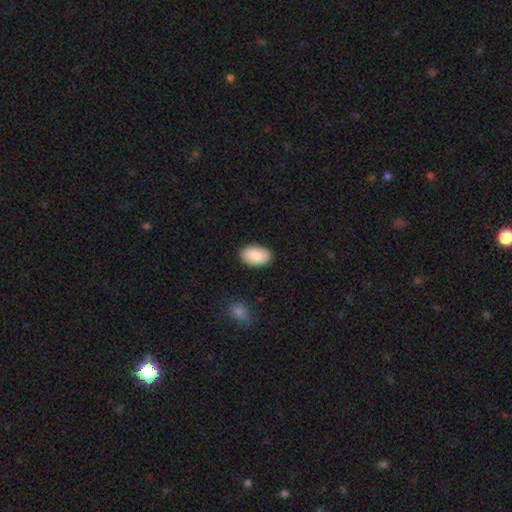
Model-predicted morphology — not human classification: This is clearly a smooth galaxy (88%). How rounded: clearly in between (94%). Merging: clearly none (87%).